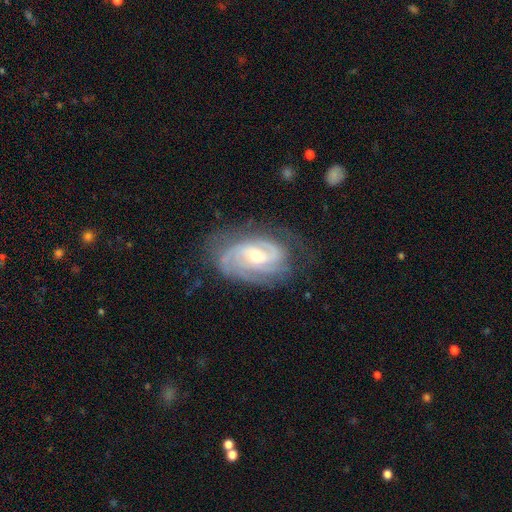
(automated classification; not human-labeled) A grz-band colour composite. It shows a featured or disk galaxy (88%) with a weak bar (48%), 2 (39%) tight (56%) spiral arms (97%) and a moderate central bulge (56%). Merging: none (69%).